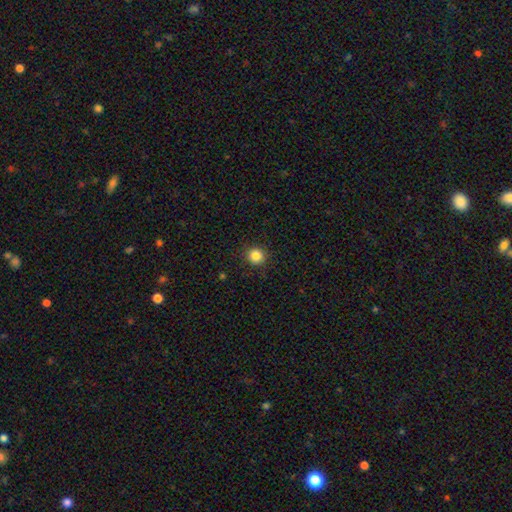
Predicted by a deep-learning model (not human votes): Smooth or featured?
  - smooth: 85% *
  - star or artifact: 11%
  - featured or disk: 4%
How rounded?
  - round: 93% *
  - in between: 6%
  - cigar-shaped: 1%
Merging?
  - none: 91% *
  - minor disturbance: 6%
  - major disturbance: 2%
  - merger: 1%